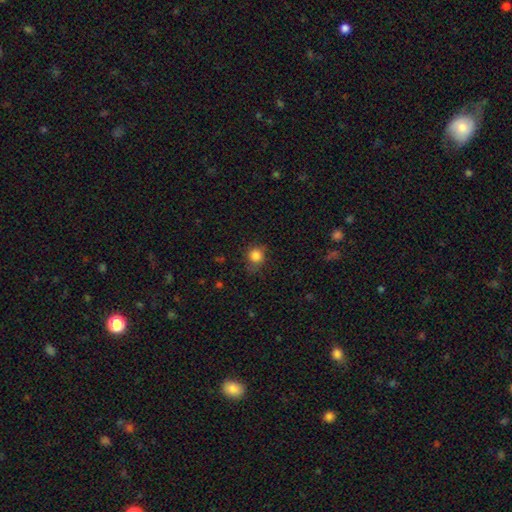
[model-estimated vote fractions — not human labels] Smooth or featured?
  - smooth: 83% *
  - star or artifact: 11%
  - featured or disk: 5%
How rounded?
  - round: 85% *
  - in between: 14%
  - cigar-shaped: 1%
Merging?
  - none: 72% *
  - minor disturbance: 21%
  - major disturbance: 6%
  - merger: 1%